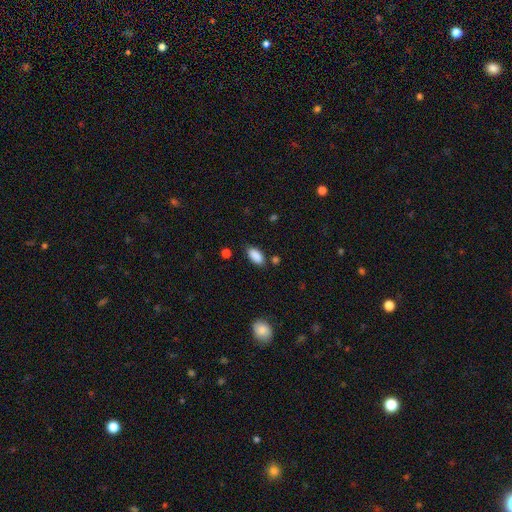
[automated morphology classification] smooth_or_featured: smooth (p=0.88) [alt: star or artifact p=0.08]
how_rounded: in between (p=0.92) [alt: cigar-shaped p=0.05]
merging: none (p=0.77) [alt: minor disturbance p=0.16]